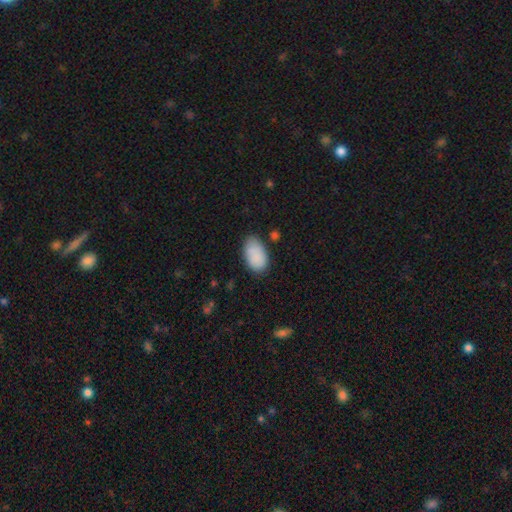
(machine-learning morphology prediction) Smooth or featured? Predicted: smooth (p=0.87). How rounded? Predicted: in between (p=0.93). Merging? Predicted: none (p=0.71).